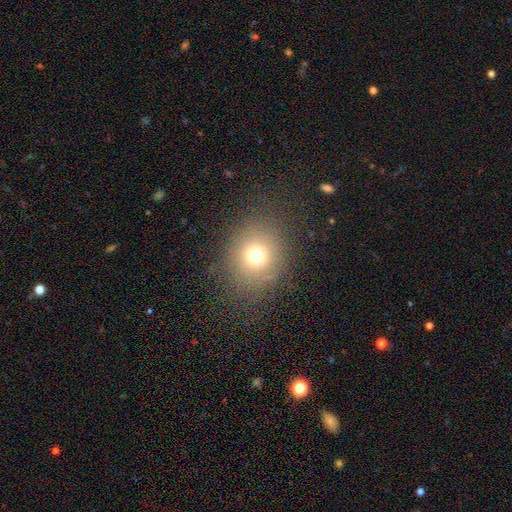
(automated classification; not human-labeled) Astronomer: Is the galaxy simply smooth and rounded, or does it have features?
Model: smooth — 69%.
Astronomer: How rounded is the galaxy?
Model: round — 81%.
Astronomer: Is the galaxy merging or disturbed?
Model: none — 79%.